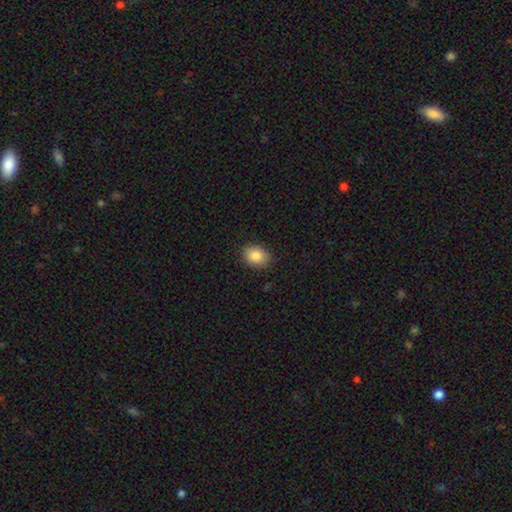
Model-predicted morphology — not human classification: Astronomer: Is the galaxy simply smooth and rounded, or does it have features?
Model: smooth — 85%.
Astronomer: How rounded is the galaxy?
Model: in between — 60% (runner-up: round, 40%).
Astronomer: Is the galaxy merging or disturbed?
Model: none — 88%.